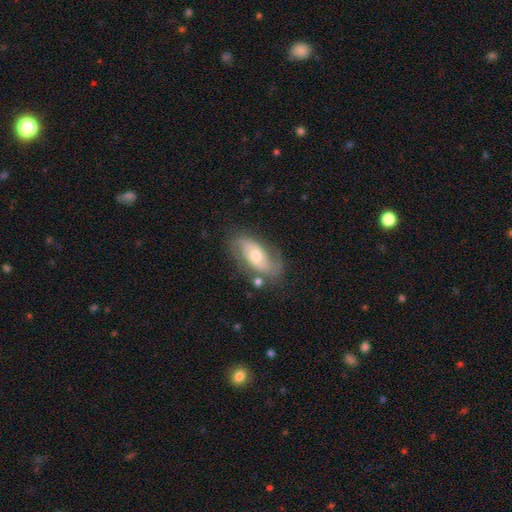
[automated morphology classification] Smooth or featured?
  - featured or disk: 75% *
  - smooth: 19%
  - star or artifact: 6%
Edge-on disk?
  - no: 94% *
  - yes: 6%
Bar?
  - no: 56% *
  - weak: 34%
  - strong: 10%
Spiral arms?
  - yes: 89% *
  - no: 11%
Spiral winding?
  - medium: 46% *
  - tight: 30%
  - loose: 25%
Spiral arm count?
  - 2: 83% *
  - can't tell: 10%
  - 1: 3%
  - 3: 2%
  - 4: 1%
  - more than 4: 1%
Bulge size?
  - moderate: 64% *
  - small: 25%
  - large: 8%
  - none: 1%
  - dominant: 1%
Merging?
  - none: 71% *
  - minor disturbance: 18%
  - major disturbance: 8%
  - merger: 4%